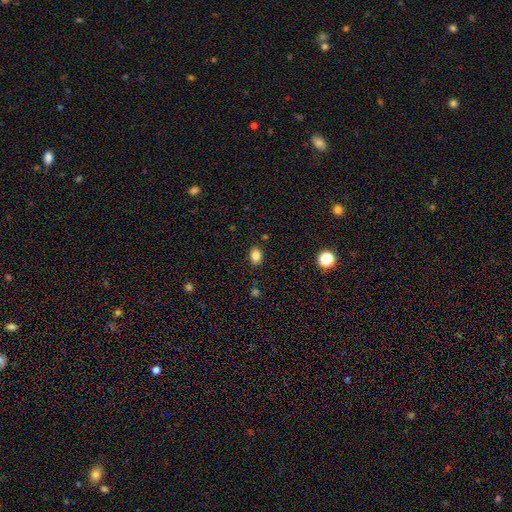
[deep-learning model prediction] Smooth or featured: smooth — 83% (star or artifact — 11%)
How rounded: in between — 70% (round — 29%)
Merging: none — 85% (minor disturbance — 10%)